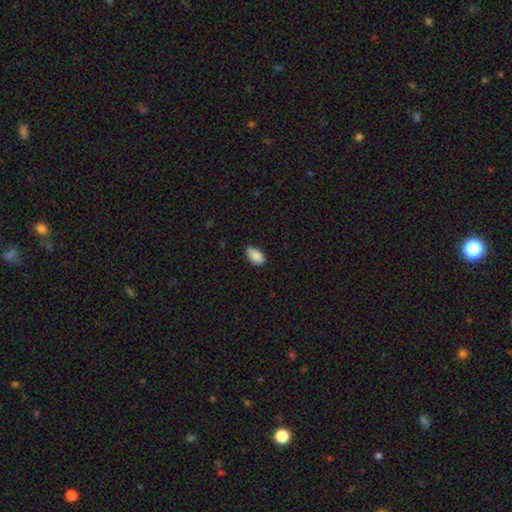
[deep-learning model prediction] A smooth galaxy with no disk features (89%) that is in between round and cigar-shaped (93%).

Vote fractions:
- Smooth or featured? smooth: 89% / star or artifact: 7% / featured or disk: 4%
- How rounded? in between: 93% / round: 5% / cigar-shaped: 2%
- Merging? none: 76% / minor disturbance: 20% / major disturbance: 3% / merger: 1%